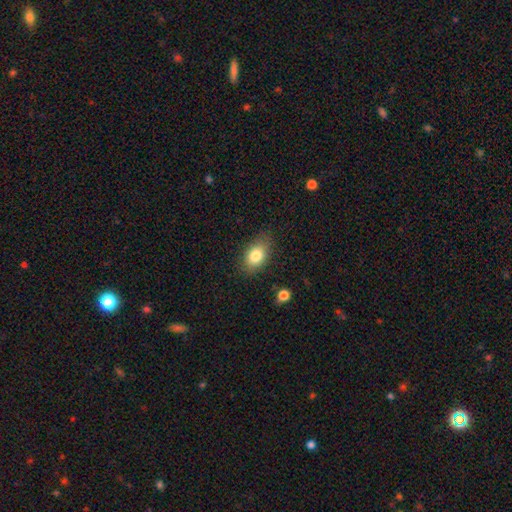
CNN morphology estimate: Overall: smooth (81%). How rounded: in between (83%). Merging: none (79%).